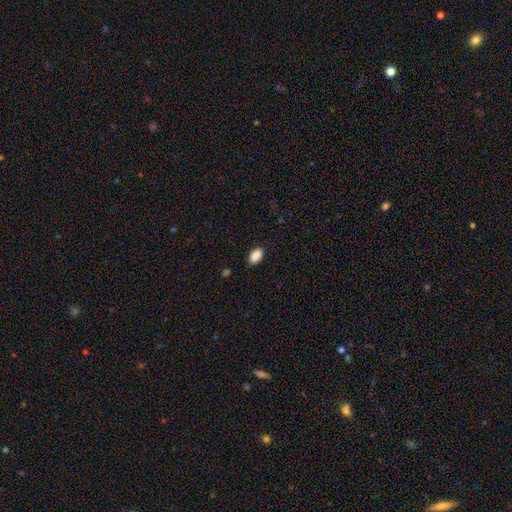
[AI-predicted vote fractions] smooth_or_featured: smooth (p=0.89) [alt: star or artifact p=0.07]
how_rounded: in between (p=0.93) [alt: round p=0.05]
merging: none (p=0.87) [alt: minor disturbance p=0.10]